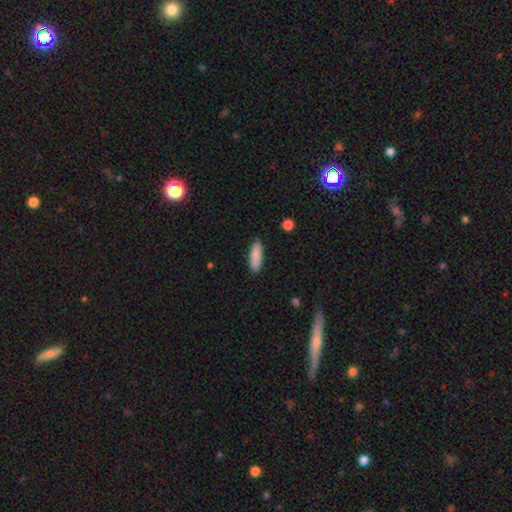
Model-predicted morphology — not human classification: A smooth galaxy with no disk features (88%) that is in between round and cigar-shaped (58%).

Vote fractions:
- Smooth or featured? smooth: 88% / featured or disk: 6% / star or artifact: 6%
- How rounded? in between: 58% / cigar-shaped: 41% / round: 2%
- Merging? none: 87% / minor disturbance: 10% / major disturbance: 2% / merger: 1%